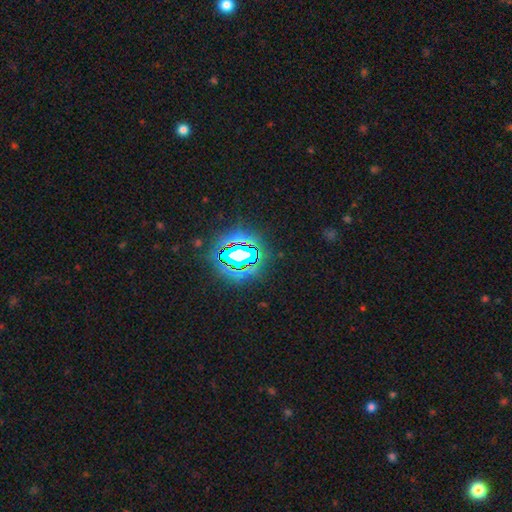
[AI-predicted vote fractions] Smooth or featured? star or artifact (85%)